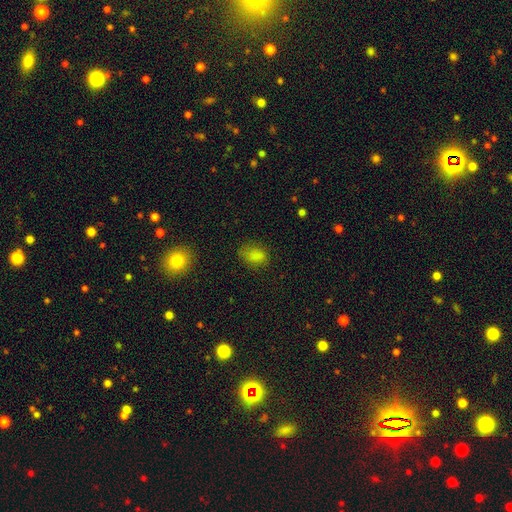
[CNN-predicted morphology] smooth-or-featured: smooth: 80% | star or artifact: 14% | featured or disk: 6%
  how-rounded: in between: 80% | round: 18% | cigar-shaped: 2%
  merging: none: 67% | minor disturbance: 23% | major disturbance: 8% | merger: 2%